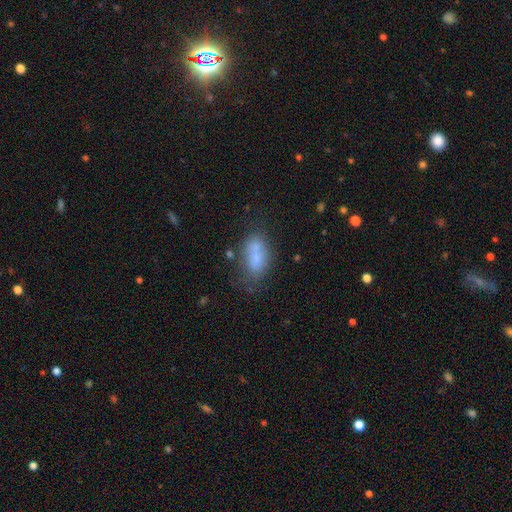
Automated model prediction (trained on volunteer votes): This is likely a smooth galaxy (71%). How rounded: clearly in between (86%). Merging: possibly none (49%).